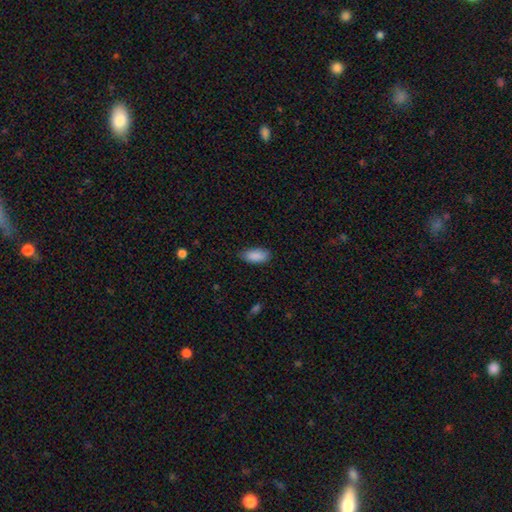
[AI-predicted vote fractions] Morphology: type=smooth (89%); roundness=in between (91%); merging=none (80%).